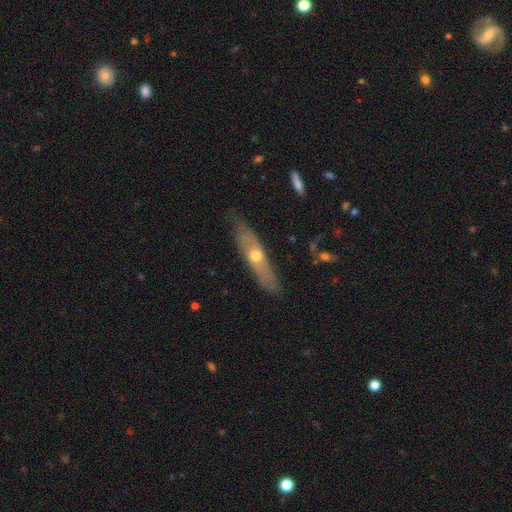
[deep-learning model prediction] Smooth or featured? Predicted: featured or disk (p=0.56). Edge-on disk? Predicted: yes (p=0.58). Merging? Predicted: none (p=0.72).